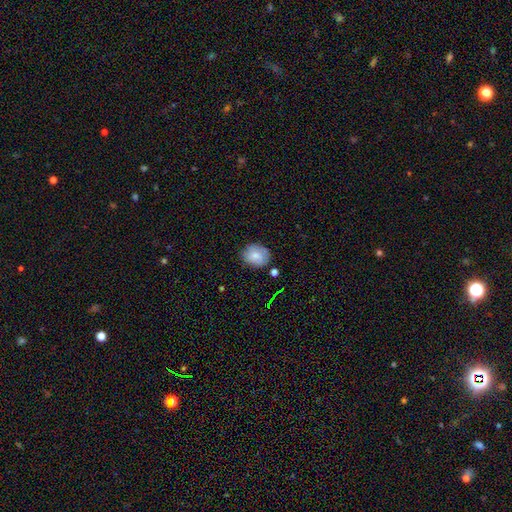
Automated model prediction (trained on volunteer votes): A smooth galaxy with no disk features (77%) that is round (62%).

Vote fractions:
- Smooth or featured? smooth: 77% / featured or disk: 14% / star or artifact: 9%
- How rounded? round: 62% / in between: 37% / cigar-shaped: 1%
- Merging? none: 76% / minor disturbance: 18% / merger: 3% / major disturbance: 3%